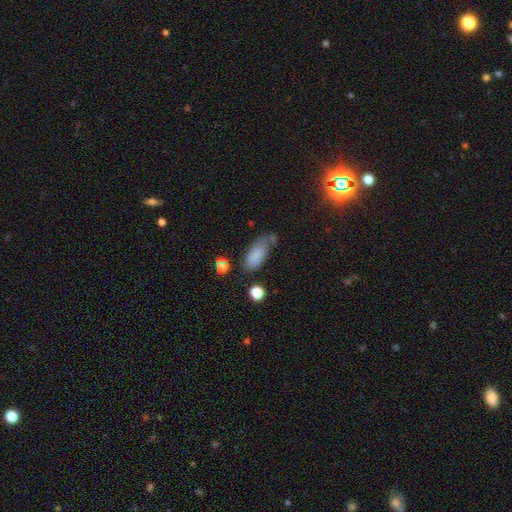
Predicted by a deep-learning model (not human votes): This is clearly a smooth galaxy (81%). How rounded: clearly in between (85%). Merging: possibly none (54%).